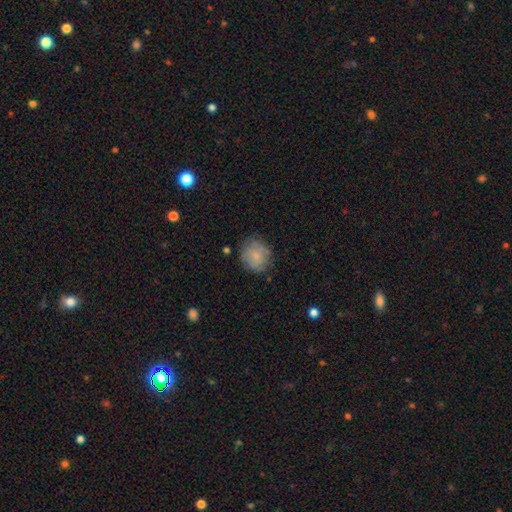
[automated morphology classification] The model was most divided on "smooth or featured": smooth: 67%, featured or disk: 25%, star or artifact: 8%. More confident: how rounded — round (79%); merging — none (73%).